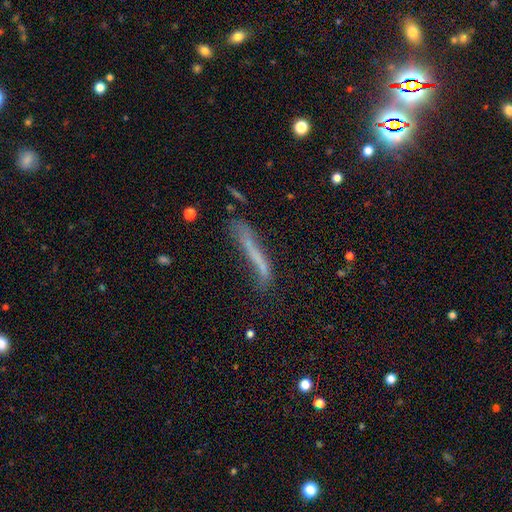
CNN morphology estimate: Overall: smooth (49%; featured or disk 37%). Merging: none (48%; minor disturbance 26%).